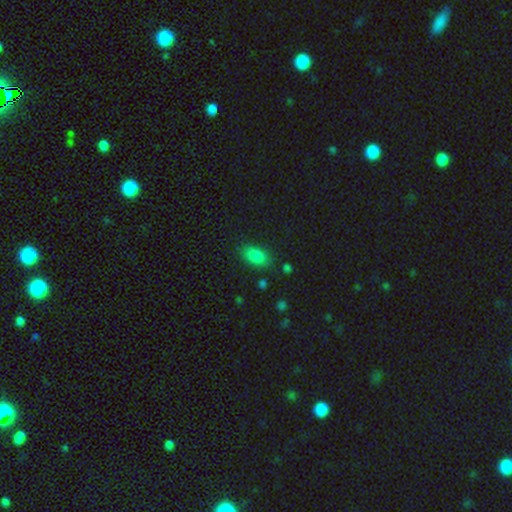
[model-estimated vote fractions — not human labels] Overall: smooth (84%). How rounded: in between (89%). Merging: none (80%).